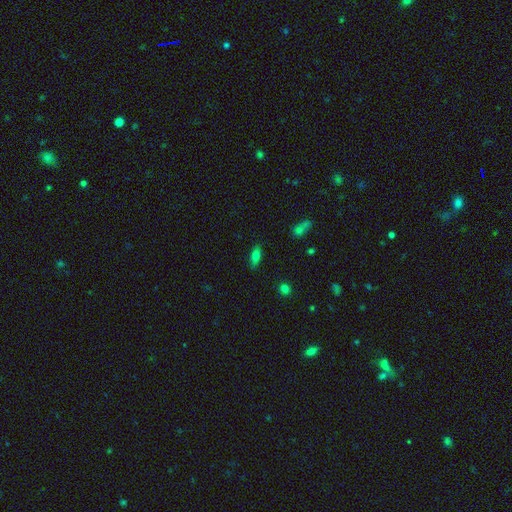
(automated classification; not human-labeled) Smooth or featured? Predicted: smooth (p=0.74). How rounded? Predicted: in between (p=0.74). Merging? Predicted: none (p=0.82).